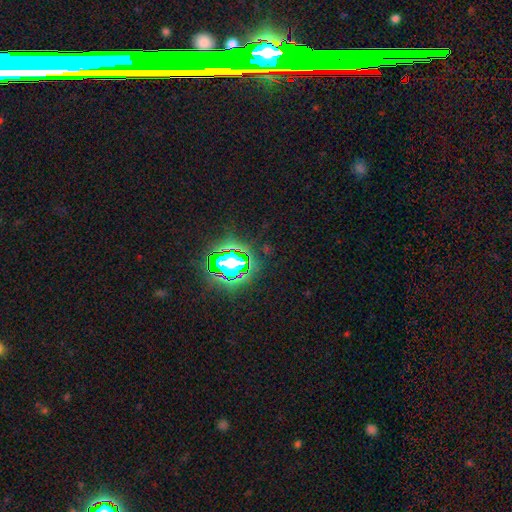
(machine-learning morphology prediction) The model was most divided on "smooth or featured": star or artifact: 79%, smooth: 13%, featured or disk: 8%.